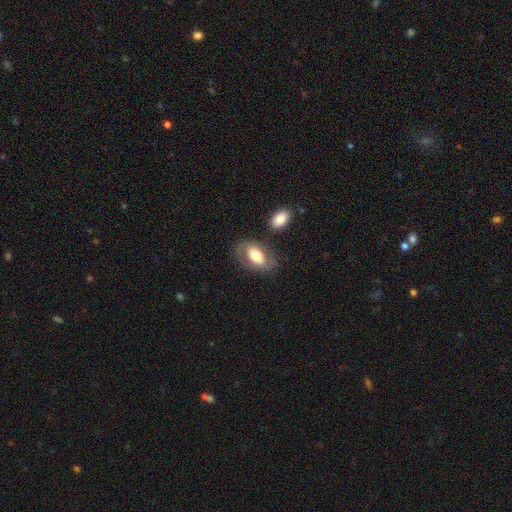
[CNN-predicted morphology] Smooth or featured? smooth (47%)
Merging? none (71%)